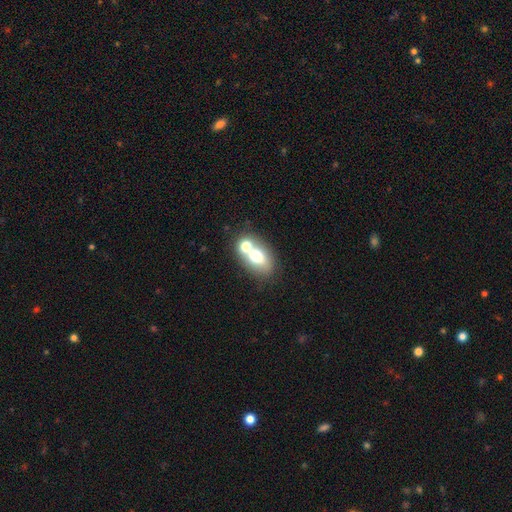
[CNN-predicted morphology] Smooth or featured: smooth — 64% (featured or disk — 25%)
How rounded: in between — 71% (round — 27%)
Merging: merger — 47% (none — 39%)